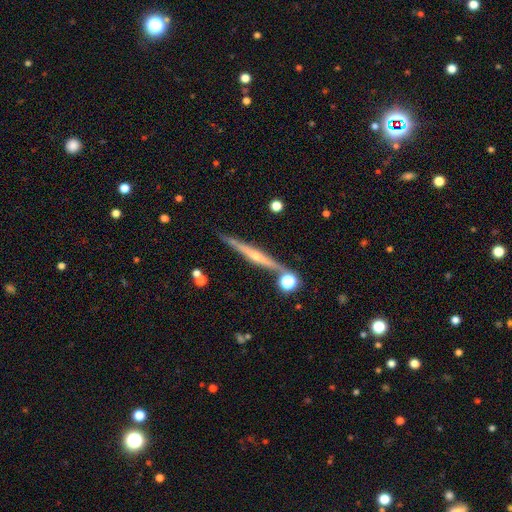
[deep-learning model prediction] Q: Smooth or featured?
A: featured or disk (71%); runner-up: smooth (19%)
Q: Edge-on disk?
A: yes (97%); runner-up: no (3%)
Q: Edge-on bulge?
A: rounded (75%); runner-up: none (18%)
Q: Merging?
A: none (81%); runner-up: minor disturbance (10%)